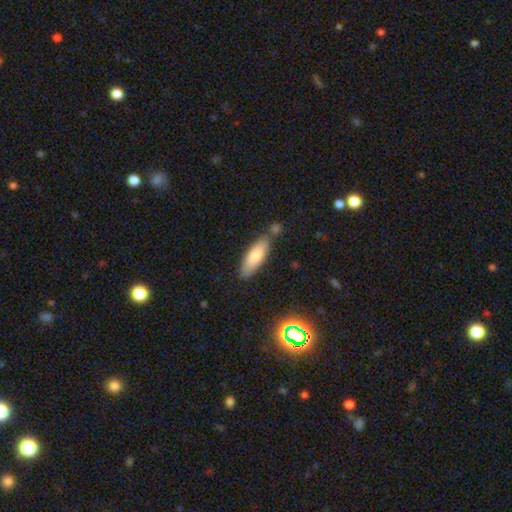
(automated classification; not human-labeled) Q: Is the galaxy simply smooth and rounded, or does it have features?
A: smooth — 74%.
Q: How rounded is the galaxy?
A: in between — 53%.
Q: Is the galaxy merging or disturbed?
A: none — 72%.